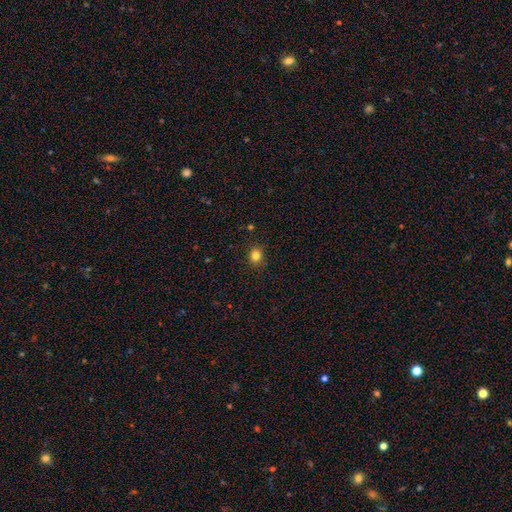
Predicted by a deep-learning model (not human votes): smooth 82%, star or artifact 14%, featured or disk 5%. Down the decision tree: how rounded — round (78%); merging — none (89%).